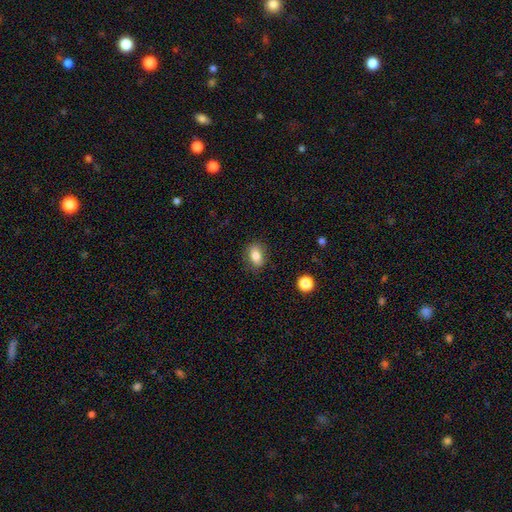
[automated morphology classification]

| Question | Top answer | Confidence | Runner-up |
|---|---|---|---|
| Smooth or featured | smooth | 80% | featured or disk (11%) |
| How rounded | in between | 76% | round (21%) |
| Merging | none | 83% | minor disturbance (13%) |